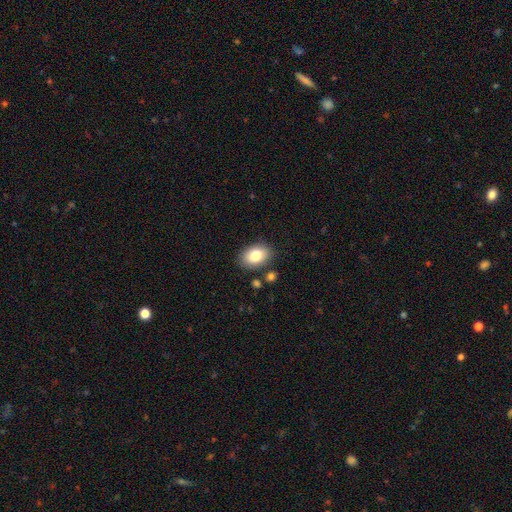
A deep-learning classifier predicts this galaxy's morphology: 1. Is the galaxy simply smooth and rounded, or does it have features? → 80% smooth, 12% featured or disk, 8% star or artifact.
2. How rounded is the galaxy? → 84% in between, 15% round, 1% cigar-shaped.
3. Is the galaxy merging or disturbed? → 83% none, 11% minor disturbance, 4% merger, 3% major disturbance.